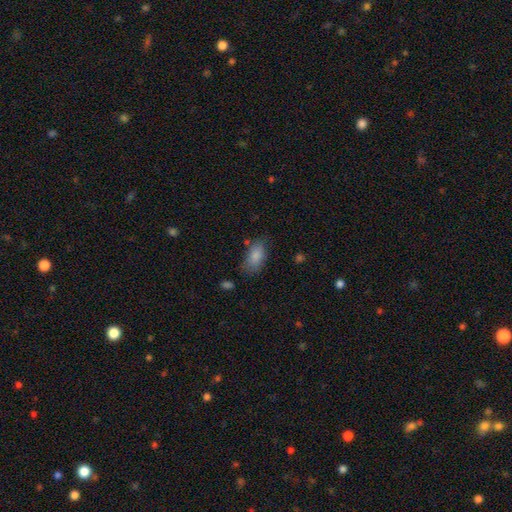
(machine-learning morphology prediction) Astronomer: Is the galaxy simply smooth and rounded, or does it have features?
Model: smooth — 85%.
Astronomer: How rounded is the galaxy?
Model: in between — 91%.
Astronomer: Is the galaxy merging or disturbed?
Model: none — 64%.